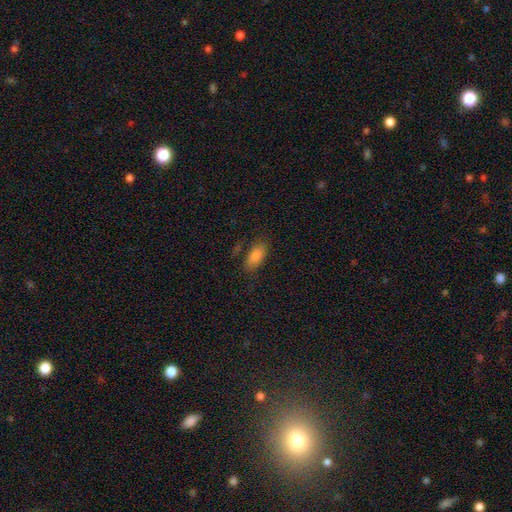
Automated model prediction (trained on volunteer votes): smooth_or_featured: smooth (p=0.85) [alt: star or artifact p=0.09]
how_rounded: in between (p=0.88) [alt: cigar-shaped p=0.09]
merging: none (p=0.76) [alt: minor disturbance p=0.15]